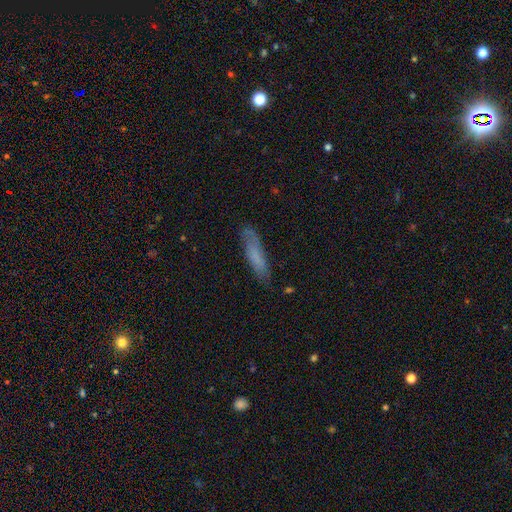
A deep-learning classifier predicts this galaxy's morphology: Smooth or featured? Predicted: smooth (p=0.65). How rounded? Predicted: cigar-shaped (p=0.76). Merging? Predicted: none (p=0.75).